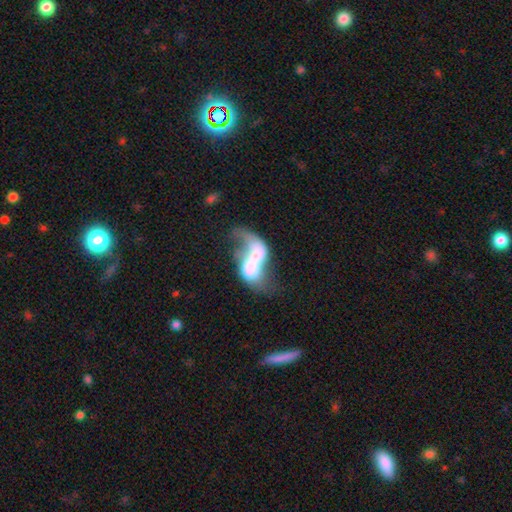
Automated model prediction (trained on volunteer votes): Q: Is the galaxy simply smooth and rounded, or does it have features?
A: featured or disk — 59%.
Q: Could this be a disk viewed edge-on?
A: no — 96%.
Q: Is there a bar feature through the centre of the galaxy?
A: no — 64%.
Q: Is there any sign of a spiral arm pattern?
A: no — 51%.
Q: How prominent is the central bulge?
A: none — 28%.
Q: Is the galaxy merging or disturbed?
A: merger — 57%.